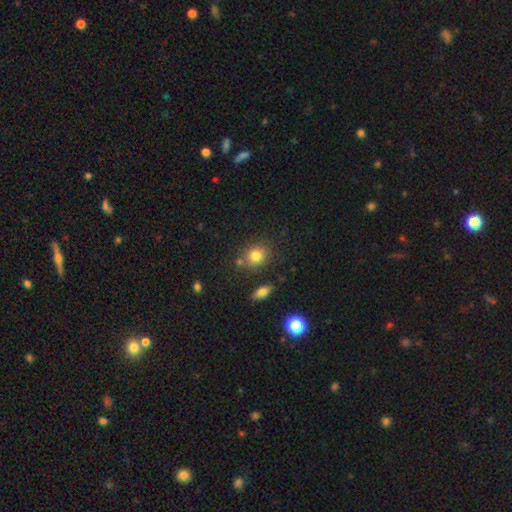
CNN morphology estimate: A smooth galaxy with no disk features (81%) that is round (66%). Merging: none (74%).